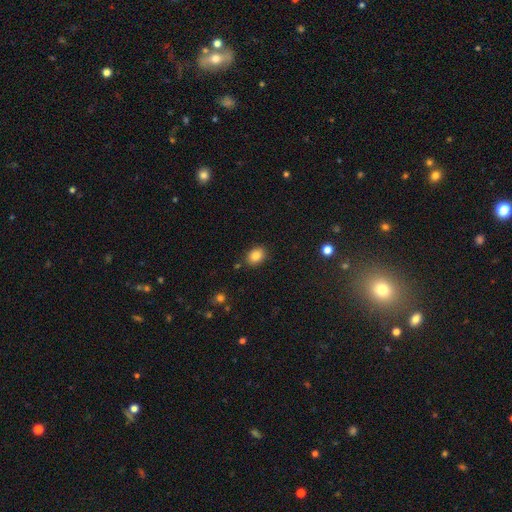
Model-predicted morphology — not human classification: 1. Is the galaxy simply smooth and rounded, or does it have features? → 85% smooth, 10% star or artifact, 6% featured or disk.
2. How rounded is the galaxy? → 67% in between, 32% round, 1% cigar-shaped.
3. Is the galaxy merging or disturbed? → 84% none, 10% minor disturbance, 3% merger, 3% major disturbance.